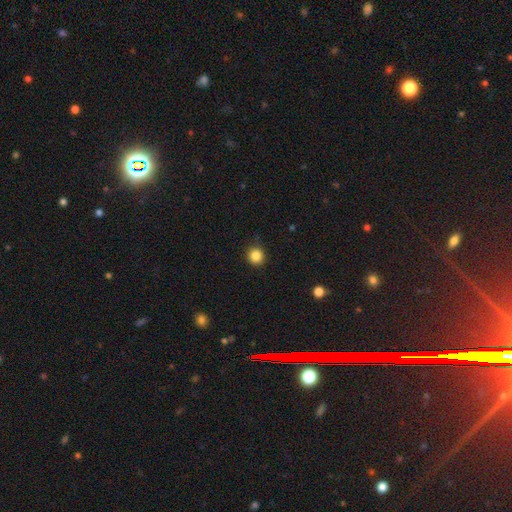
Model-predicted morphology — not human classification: Smooth or featured? Predicted: smooth (p=0.86). How rounded? Predicted: round (p=0.92). Merging? Predicted: none (p=0.88).